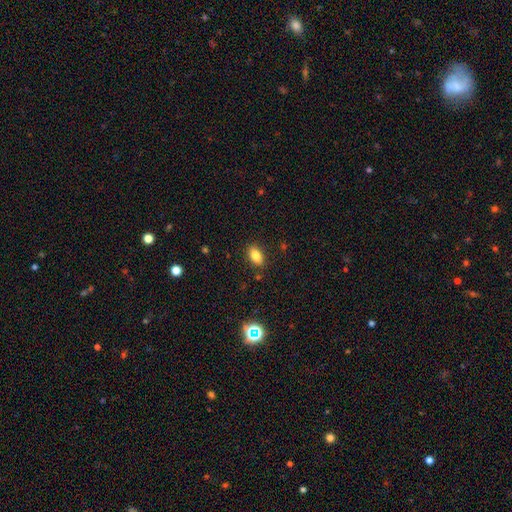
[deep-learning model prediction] Smooth or featured?
  - smooth: 82% *
  - star or artifact: 11%
  - featured or disk: 8%
How rounded?
  - in between: 88% *
  - round: 7%
  - cigar-shaped: 5%
Merging?
  - none: 86% *
  - minor disturbance: 10%
  - major disturbance: 2%
  - merger: 2%